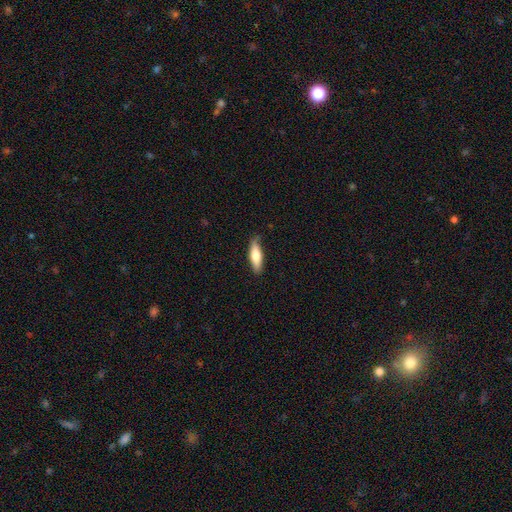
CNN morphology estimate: Smooth or featured?
  - smooth: 71% *
  - featured or disk: 24%
  - star or artifact: 5%
How rounded?
  - cigar-shaped: 53% *
  - in between: 45%
  - round: 2%
Merging?
  - none: 76% *
  - minor disturbance: 20%
  - major disturbance: 3%
  - merger: 1%